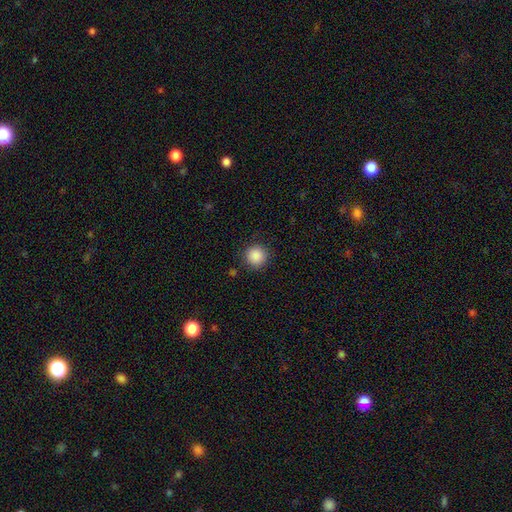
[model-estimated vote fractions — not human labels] smooth-or-featured: smooth: 88% | star or artifact: 9% | featured or disk: 3%
  how-rounded: round: 94% | in between: 5% | cigar-shaped: 1%
  merging: none: 89% | minor disturbance: 7% | major disturbance: 3% | merger: 1%